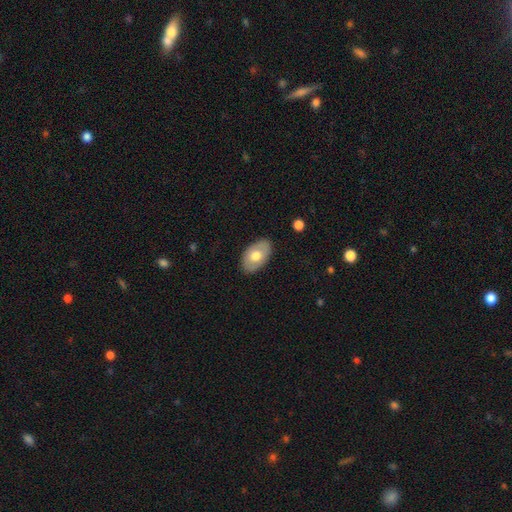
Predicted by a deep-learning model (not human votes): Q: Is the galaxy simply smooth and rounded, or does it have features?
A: smooth — 63%.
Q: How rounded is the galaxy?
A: in between — 92%.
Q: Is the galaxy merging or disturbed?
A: none — 84%.